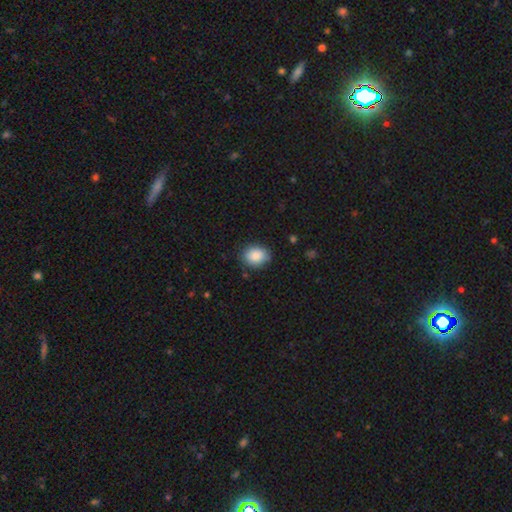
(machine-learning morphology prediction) Smooth or featured?
  - smooth: 87% *
  - star or artifact: 8%
  - featured or disk: 5%
How rounded?
  - in between: 53% *
  - round: 46%
  - cigar-shaped: 1%
Merging?
  - none: 83% *
  - minor disturbance: 13%
  - major disturbance: 3%
  - merger: 1%